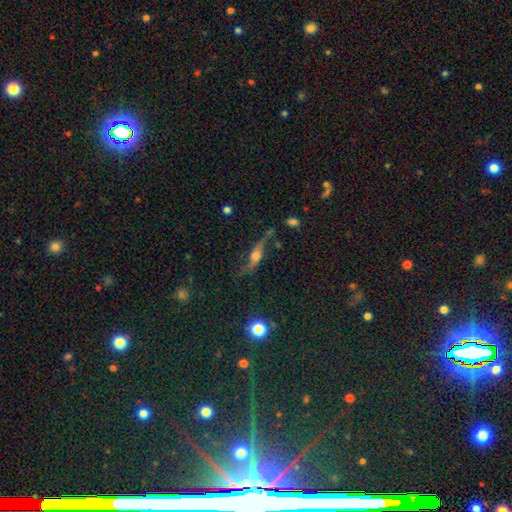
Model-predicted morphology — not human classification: Overall: featured or disk (72%). Edge-on disk: no (56%; yes 44%). Merging: none (57%; minor disturbance 21%).